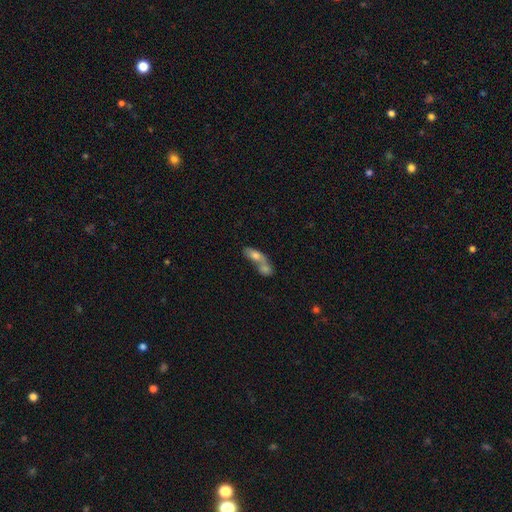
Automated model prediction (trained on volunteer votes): A smooth galaxy with no disk features (71%) that is in between round and cigar-shaped (74%).

Vote fractions:
- Smooth or featured? smooth: 71% / featured or disk: 21% / star or artifact: 8%
- How rounded? in between: 74% / cigar-shaped: 17% / round: 10%
- Merging? merger: 76% / none: 14% / minor disturbance: 5% / major disturbance: 4%